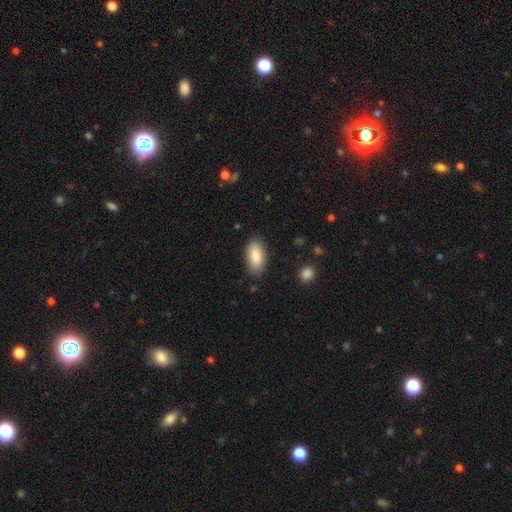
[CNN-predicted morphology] type=smooth (87%); roundness=in between (92%); merging=none (84%).